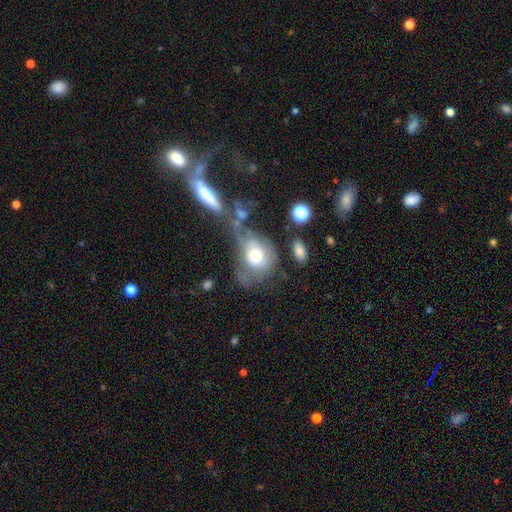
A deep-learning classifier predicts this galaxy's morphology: smooth-or-featured: smooth: 60% | featured or disk: 30% | star or artifact: 10%
  how-rounded: in between: 55% | round: 43% | cigar-shaped: 2%
  merging: major disturbance: 36% | merger: 26% | none: 21% | minor disturbance: 18%